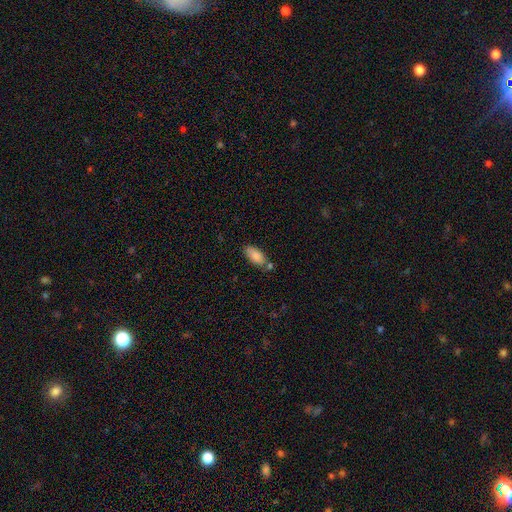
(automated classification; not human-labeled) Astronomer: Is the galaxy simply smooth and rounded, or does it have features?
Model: smooth — 84%.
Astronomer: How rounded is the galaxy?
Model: in between — 88%.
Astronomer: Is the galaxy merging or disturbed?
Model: none — 65%.